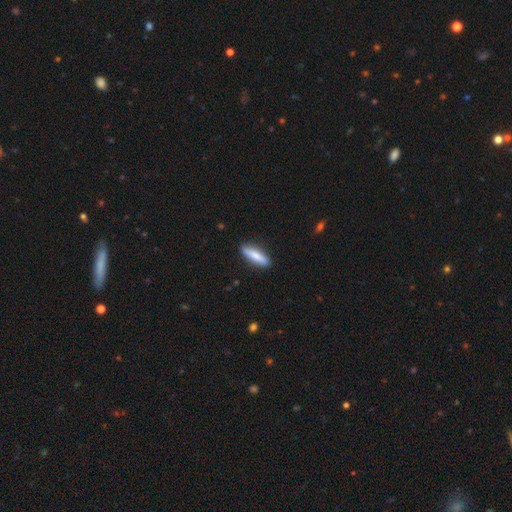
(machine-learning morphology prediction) Smooth or featured: smooth — 72% (featured or disk — 22%)
How rounded: cigar-shaped — 70% (in between — 28%)
Merging: none — 88% (minor disturbance — 9%)